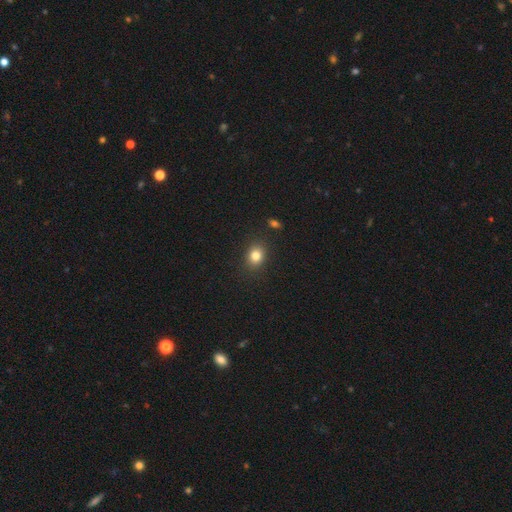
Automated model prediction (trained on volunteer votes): A smooth galaxy with no disk features (82%) that is round (60%). Merging: none (86%).